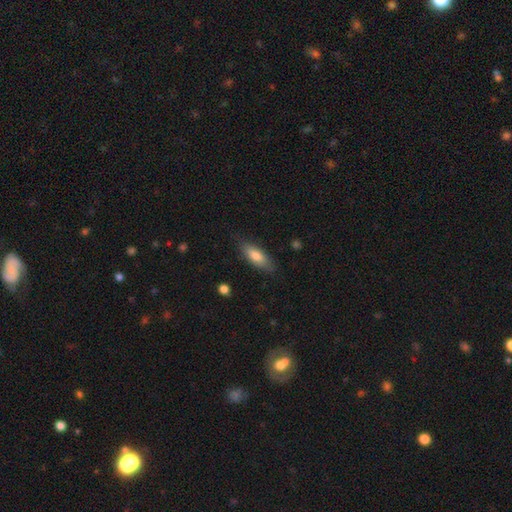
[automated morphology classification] This is likely a smooth galaxy (79%). How rounded: likely in between (65%). Merging: clearly none (81%).